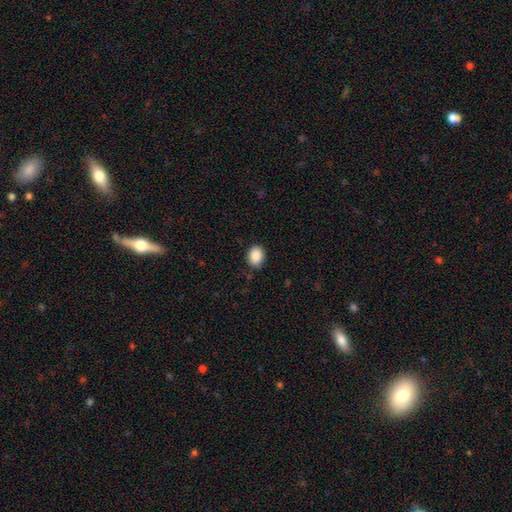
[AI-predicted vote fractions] Smooth or featured? smooth (89%)
How rounded? in between (58%)
Merging? none (84%)